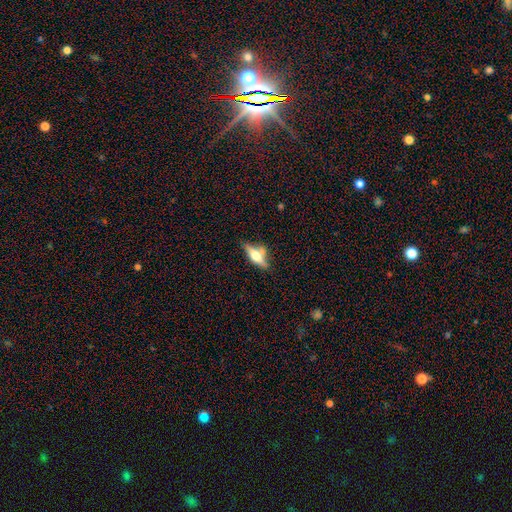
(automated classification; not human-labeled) Smooth or featured: featured or disk — 52% (smooth — 40%)
Edge-on disk: yes — 86% (no — 14%)
Merging: none — 54% (minor disturbance — 20%)